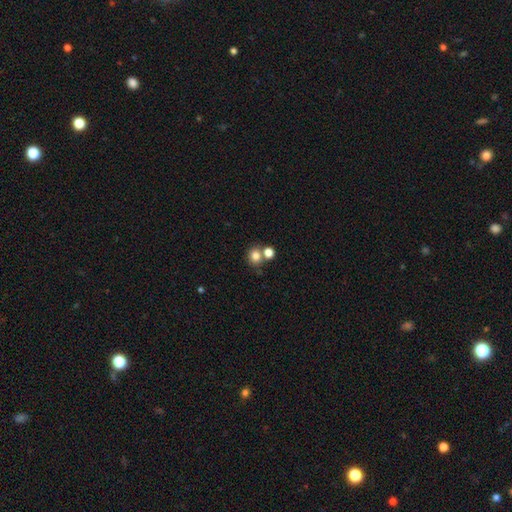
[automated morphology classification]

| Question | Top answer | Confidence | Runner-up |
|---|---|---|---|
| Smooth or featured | smooth | 79% | star or artifact (13%) |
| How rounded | round | 80% | in between (19%) |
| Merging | none | 58% | merger (31%) |